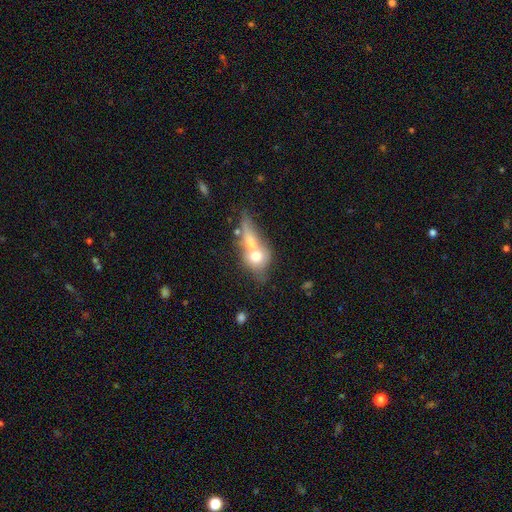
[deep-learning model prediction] A smooth galaxy with no disk features (61%) that is in between round and cigar-shaped (44%).

Vote fractions:
- Smooth or featured? smooth: 61% / featured or disk: 30% / star or artifact: 8%
- How rounded? in between: 44% / round: 42% / cigar-shaped: 14%
- Merging? merger: 66% / none: 18% / minor disturbance: 8% / major disturbance: 8%